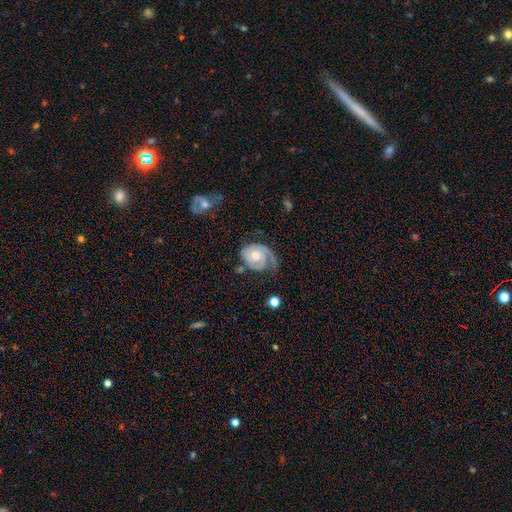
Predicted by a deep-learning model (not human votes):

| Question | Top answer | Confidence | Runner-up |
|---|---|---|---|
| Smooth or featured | featured or disk | 82% | smooth (13%) |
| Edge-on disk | no | 98% | yes (2%) |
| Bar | no | 69% | weak (27%) |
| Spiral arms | yes | 96% | no (4%) |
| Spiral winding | tight | 62% | medium (29%) |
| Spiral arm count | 2 | 41% | 1 (37%) |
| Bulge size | moderate | 52% | small (27%) |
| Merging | none | 49% | minor disturbance (27%) |